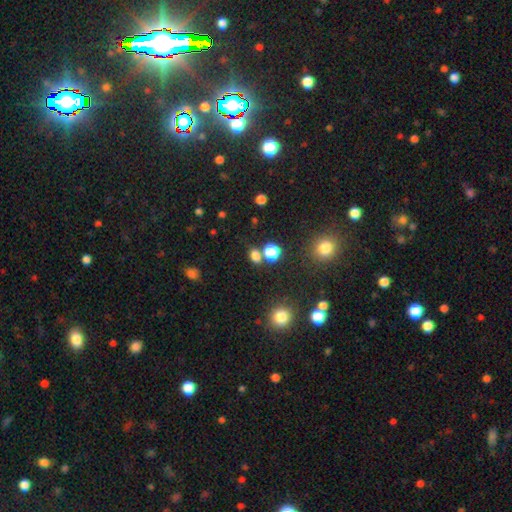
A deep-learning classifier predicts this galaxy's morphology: Smooth or featured? Predicted: smooth (p=0.74). How rounded? Predicted: in between (p=0.53). Merging? Predicted: none (p=0.69).